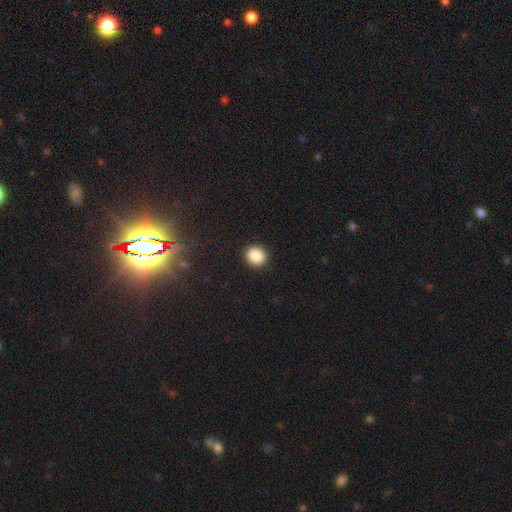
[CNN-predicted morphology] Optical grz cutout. It shows a smooth galaxy with no disk features (87%) that is round (80%). Merging: none (91%).